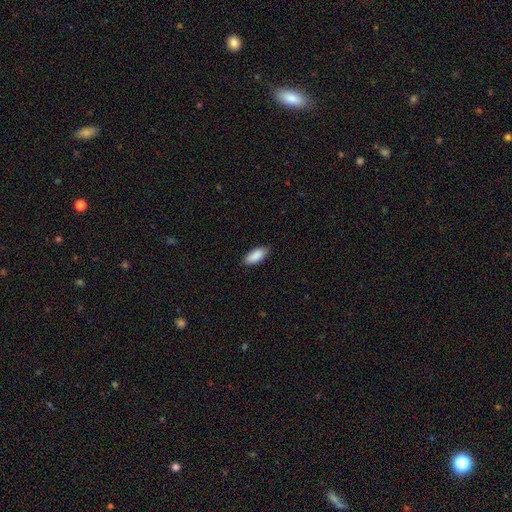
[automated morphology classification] smooth-or-featured: smooth: 90% | star or artifact: 6% | featured or disk: 4%
  how-rounded: in between: 89% | cigar-shaped: 10% | round: 2%
  merging: none: 86% | minor disturbance: 11% | major disturbance: 2% | merger: 1%